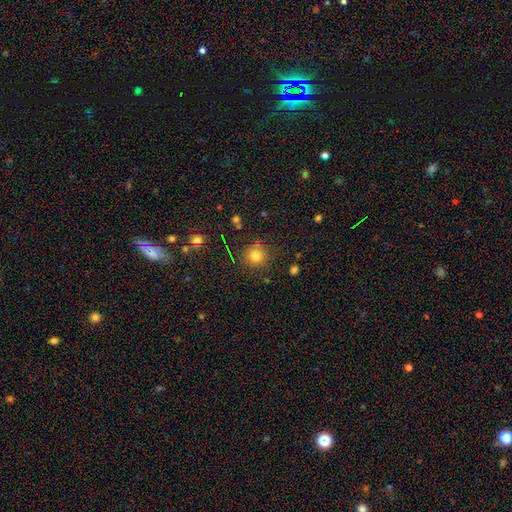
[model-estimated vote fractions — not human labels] Smooth or featured? Predicted: smooth (p=0.78). How rounded? Predicted: round (p=0.93). Merging? Predicted: none (p=0.84).